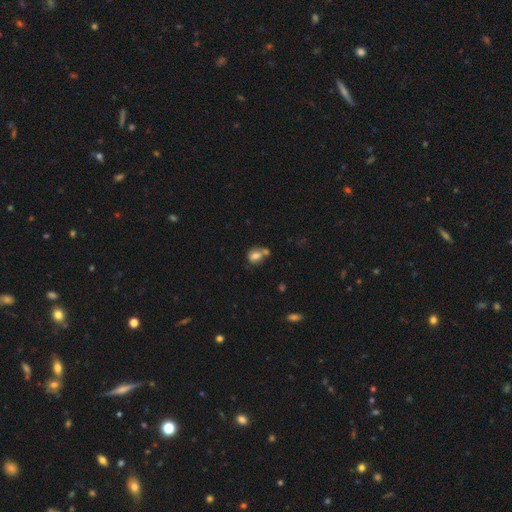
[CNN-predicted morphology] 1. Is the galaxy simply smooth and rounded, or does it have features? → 76% smooth, 13% featured or disk, 11% star or artifact.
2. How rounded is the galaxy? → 54% in between, 44% round, 1% cigar-shaped.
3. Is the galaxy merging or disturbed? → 40% none, 38% merger, 16% minor disturbance, 7% major disturbance.